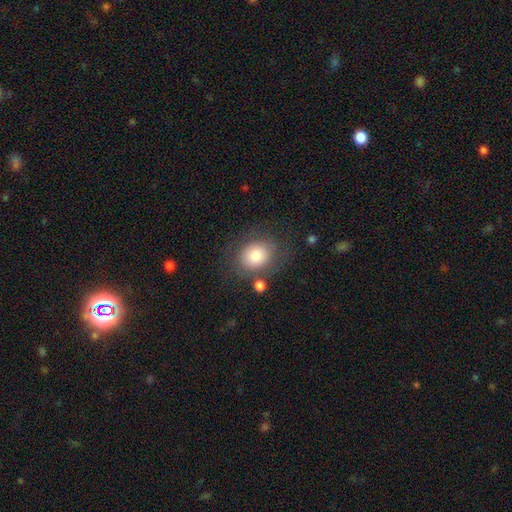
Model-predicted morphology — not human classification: smooth-or-featured: smooth: 80% | featured or disk: 11% | star or artifact: 9%
  how-rounded: round: 59% | in between: 41% | cigar-shaped: 1%
  merging: none: 73% | minor disturbance: 15% | major disturbance: 7% | merger: 5%